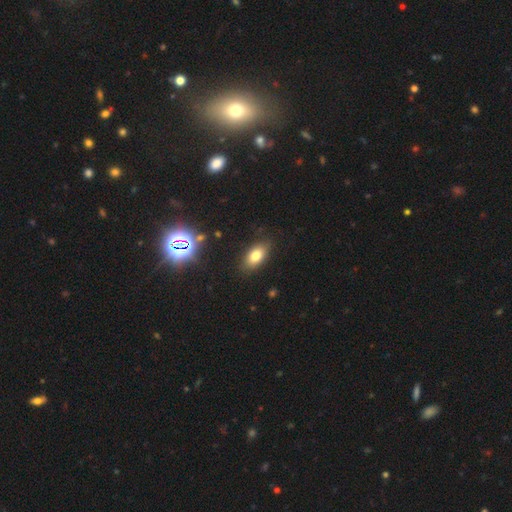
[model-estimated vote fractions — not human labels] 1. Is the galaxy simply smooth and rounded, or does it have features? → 77% smooth, 12% featured or disk, 11% star or artifact.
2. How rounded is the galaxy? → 89% in between, 6% round, 5% cigar-shaped.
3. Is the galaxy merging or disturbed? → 85% none, 11% minor disturbance, 3% major disturbance, 1% merger.